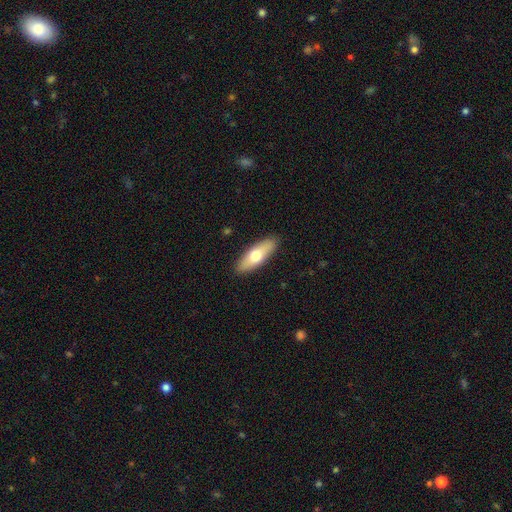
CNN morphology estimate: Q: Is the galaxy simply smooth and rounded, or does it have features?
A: smooth — 66%.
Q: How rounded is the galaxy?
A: in between — 63%.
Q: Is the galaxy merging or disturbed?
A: none — 89%.